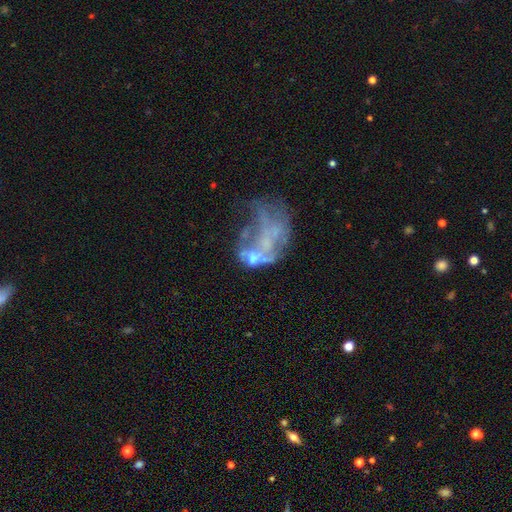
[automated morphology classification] Smooth or featured: featured or disk — 63% (smooth — 22%)
Edge-on disk: no — 98% (yes — 2%)
Bar: no — 89% (weak — 9%)
Spiral arms: no — 88% (yes — 12%)
Bulge size: none — 67% (moderate — 14%)
Merging: major disturbance — 40% (merger — 25%)